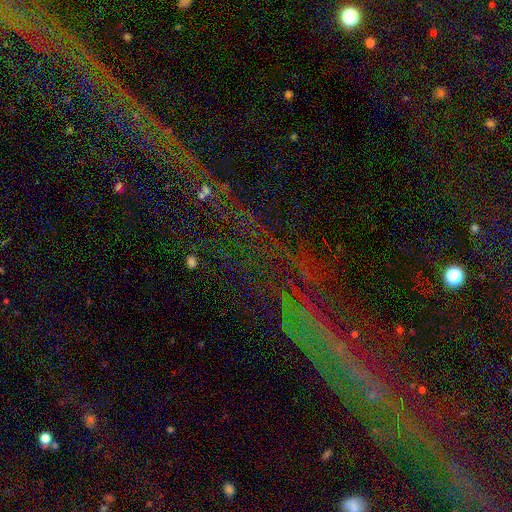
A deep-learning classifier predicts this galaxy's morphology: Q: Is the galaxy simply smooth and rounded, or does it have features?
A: star or artifact — 68%.